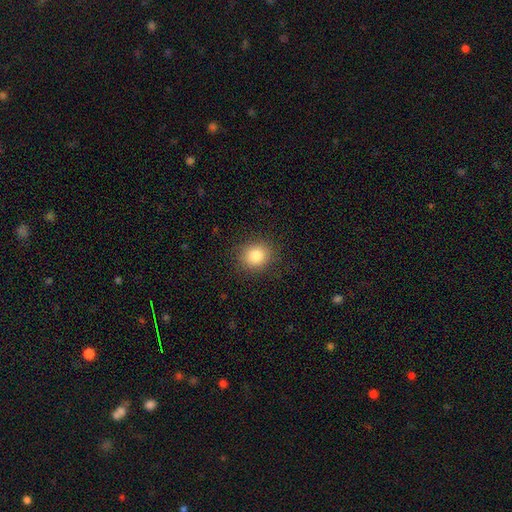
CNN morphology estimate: Smooth or featured? Predicted: smooth (p=0.83). How rounded? Predicted: round (p=0.77). Merging? Predicted: none (p=0.88).